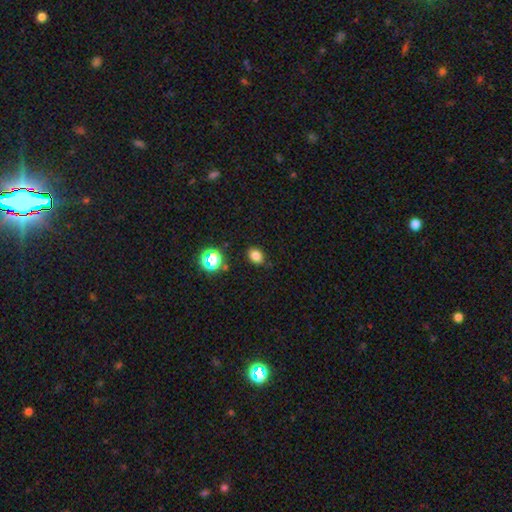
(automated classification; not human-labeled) A smooth galaxy with no disk features (79%) that is in between round and cigar-shaped (66%).

Vote fractions:
- Smooth or featured? smooth: 79% / star or artifact: 15% / featured or disk: 6%
- How rounded? in between: 66% / round: 33% / cigar-shaped: 1%
- Merging? none: 84% / minor disturbance: 12% / major disturbance: 3% / merger: 2%